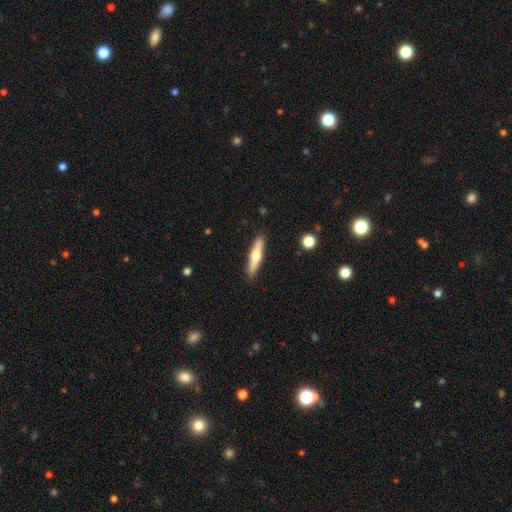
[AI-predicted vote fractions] Smooth or featured? featured or disk (49%)
Merging? none (89%)